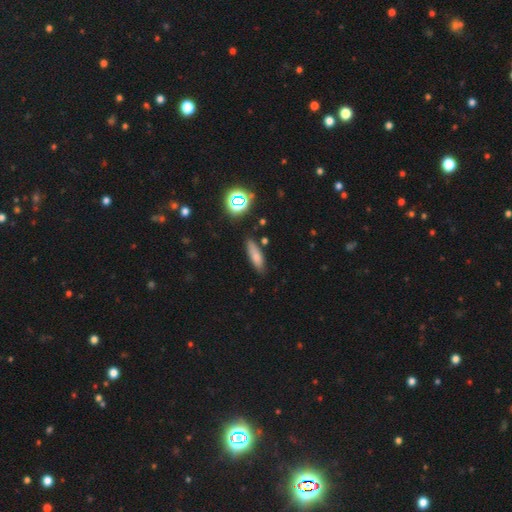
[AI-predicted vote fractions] Smooth or featured? smooth (74%)
How rounded? cigar-shaped (50%)
Merging? none (78%)